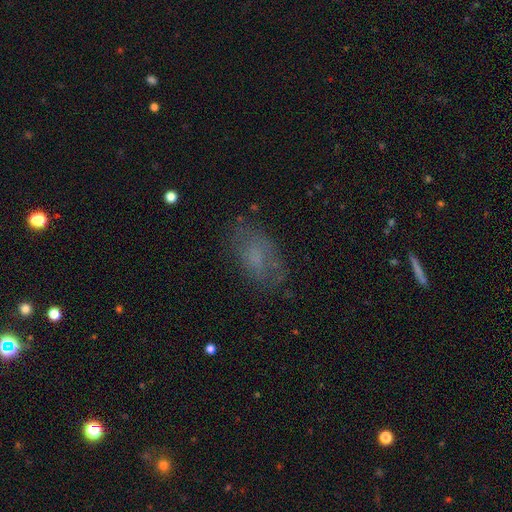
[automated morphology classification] Smooth or featured? Predicted: smooth (p=0.57). How rounded? Predicted: in between (p=0.88). Merging? Predicted: none (p=0.66).